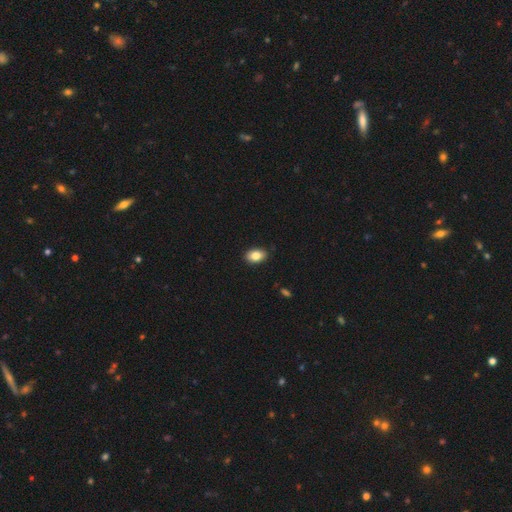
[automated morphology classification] Smooth or featured? smooth (85%)
How rounded? in between (85%)
Merging? none (88%)